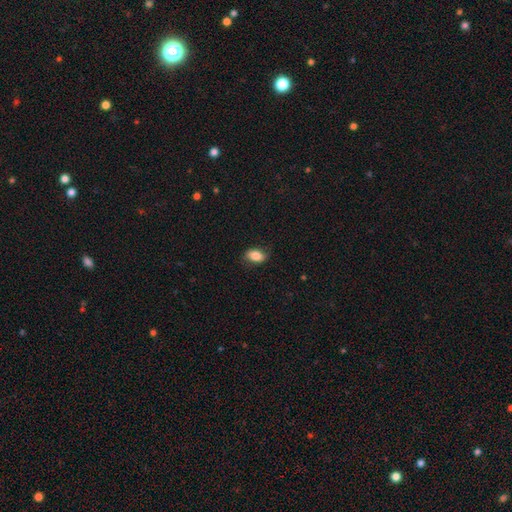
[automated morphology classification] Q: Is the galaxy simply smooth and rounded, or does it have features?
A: smooth — 84%.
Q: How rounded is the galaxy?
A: in between — 87%.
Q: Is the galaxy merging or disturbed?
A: none — 78%.